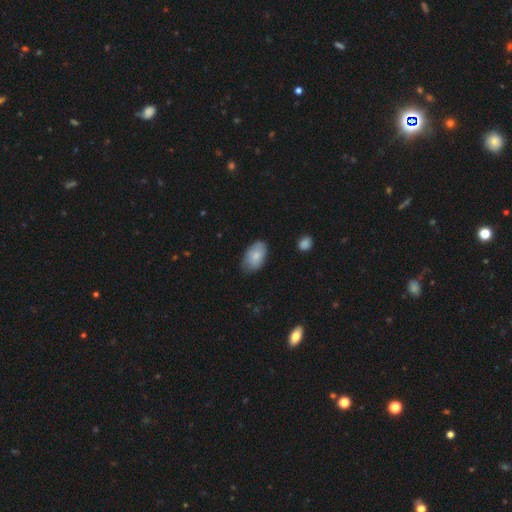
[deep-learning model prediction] Smooth or featured?
  - smooth: 81% *
  - featured or disk: 13%
  - star or artifact: 6%
How rounded?
  - in between: 93% *
  - round: 5%
  - cigar-shaped: 2%
Merging?
  - none: 70% *
  - minor disturbance: 24%
  - major disturbance: 4%
  - merger: 1%